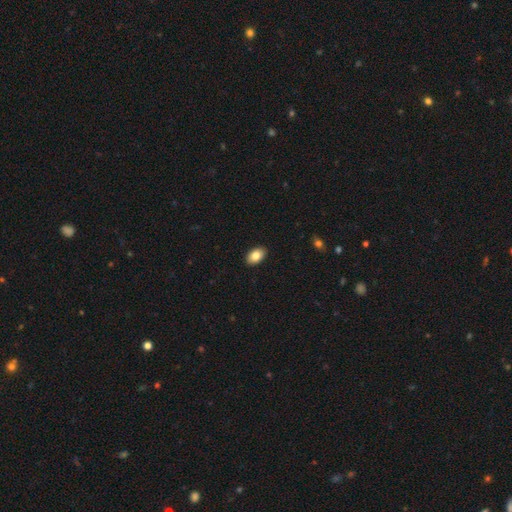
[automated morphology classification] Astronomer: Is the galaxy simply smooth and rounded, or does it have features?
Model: smooth — 84%.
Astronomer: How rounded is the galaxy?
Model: in between — 91%.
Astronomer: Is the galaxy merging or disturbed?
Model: none — 91%.